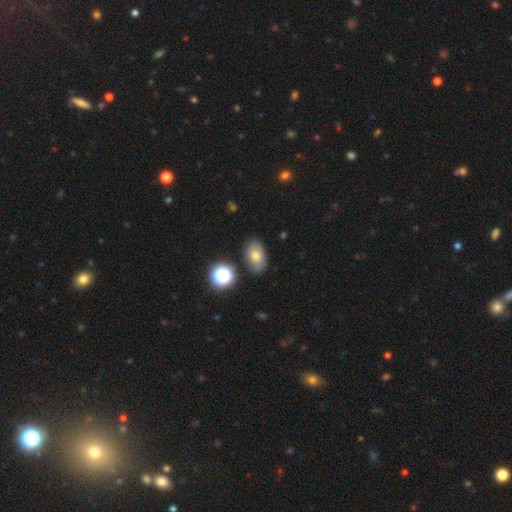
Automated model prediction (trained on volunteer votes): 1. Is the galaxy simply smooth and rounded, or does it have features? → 70% smooth, 15% star or artifact, 15% featured or disk.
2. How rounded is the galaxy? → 86% in between, 12% round, 2% cigar-shaped.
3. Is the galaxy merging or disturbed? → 85% none, 9% minor disturbance, 3% merger, 2% major disturbance.